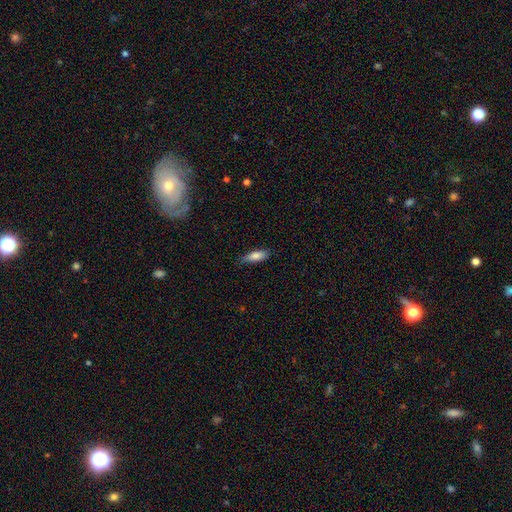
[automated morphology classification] smooth-or-featured: smooth: 82% | featured or disk: 12% | star or artifact: 6%
  how-rounded: in between: 60% | cigar-shaped: 39% | round: 2%
  merging: none: 77% | minor disturbance: 19% | major disturbance: 3% | merger: 1%